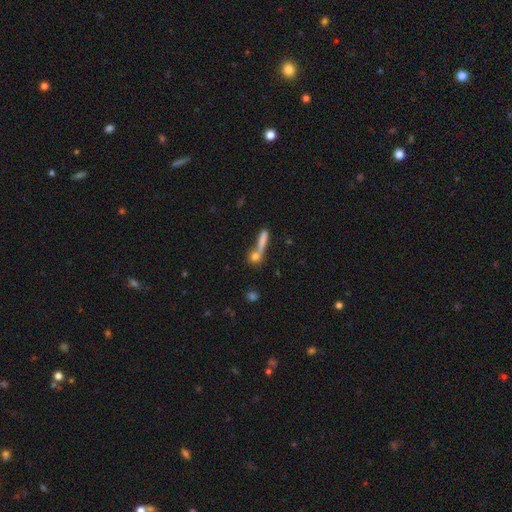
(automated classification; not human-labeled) Overall: smooth (64%). How rounded: cigar-shaped (49%; round 31%). Merging: none (52%; merger 34%).